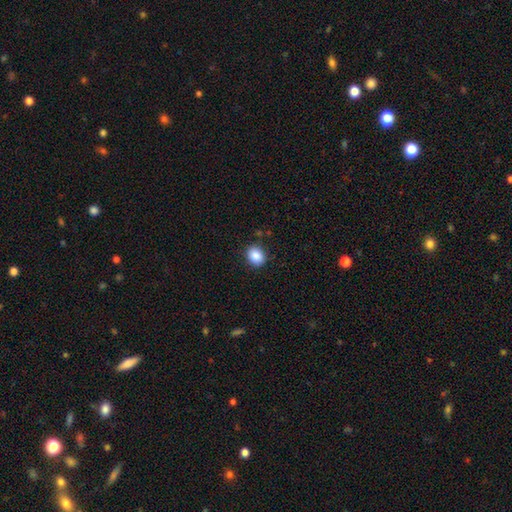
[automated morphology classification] smooth_or_featured: smooth (p=0.87) [alt: star or artifact p=0.09]
how_rounded: round (p=0.58) [alt: in between p=0.41]
merging: none (p=0.87) [alt: minor disturbance p=0.09]